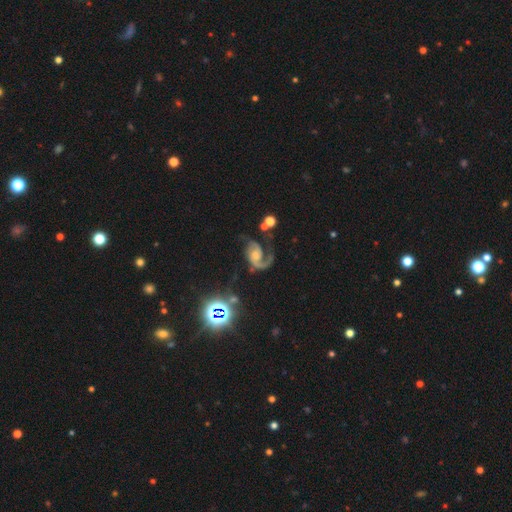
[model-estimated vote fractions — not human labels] smooth_or_featured: featured or disk (p=0.86) [alt: star or artifact p=0.08]
disk_edge_on: no (p=0.98) [alt: yes p=0.02]
bar: no (p=0.65) [alt: weak p=0.28]
has_spiral_arms: yes (p=0.97) [alt: no p=0.03]
spiral_winding: medium (p=0.50) [alt: loose p=0.32]
spiral_arm_count: 2 (p=0.59) [alt: 1 p=0.35]
bulge_size: small (p=0.40) [alt: moderate p=0.38]
merging: none (p=0.46) [alt: major disturbance p=0.30]